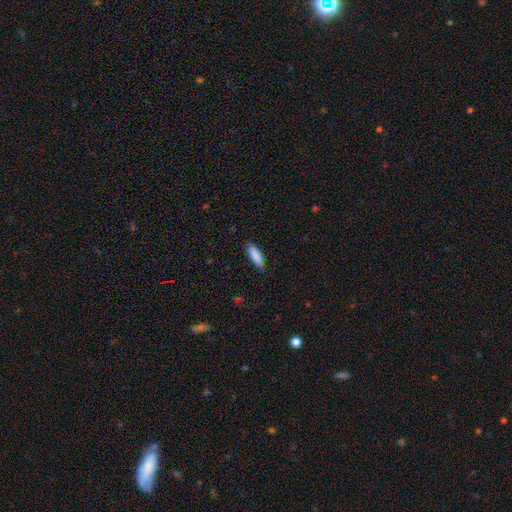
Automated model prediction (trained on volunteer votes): Morphology: type=smooth (88%); roundness=in between (60%); merging=none (82%).